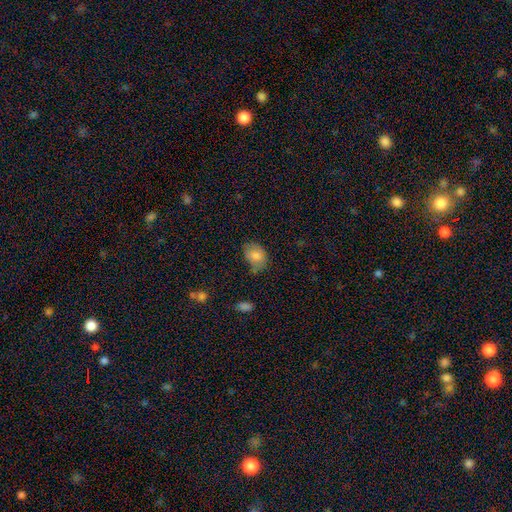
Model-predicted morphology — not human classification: Q: Smooth or featured?
A: smooth (78%); runner-up: featured or disk (13%)
Q: How rounded?
A: in between (71%); runner-up: round (28%)
Q: Merging?
A: none (62%); runner-up: minor disturbance (28%)